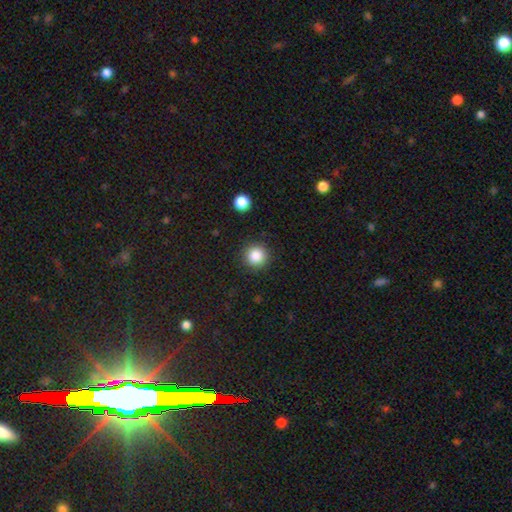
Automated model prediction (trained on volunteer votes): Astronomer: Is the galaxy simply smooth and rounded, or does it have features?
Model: smooth — 85%.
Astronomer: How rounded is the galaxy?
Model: round — 95%.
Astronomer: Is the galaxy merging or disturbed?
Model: none — 90%.